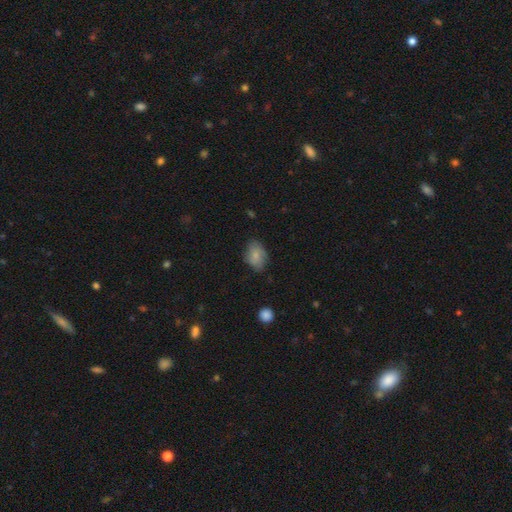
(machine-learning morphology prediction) Overall: smooth (75%). How rounded: in between (79%). Merging: none (63%; minor disturbance 28%).